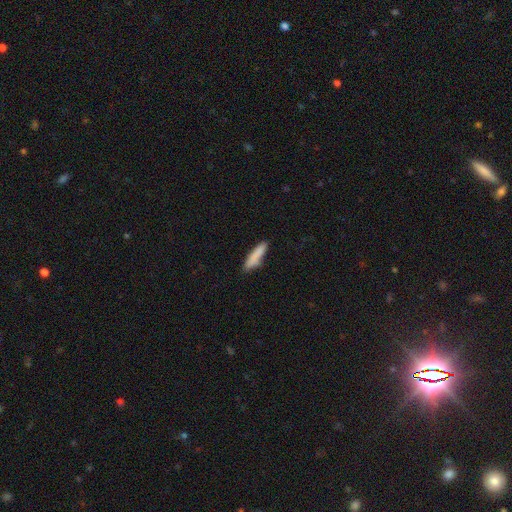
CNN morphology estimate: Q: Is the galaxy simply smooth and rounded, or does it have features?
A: smooth — 84%.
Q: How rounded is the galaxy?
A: cigar-shaped — 83%.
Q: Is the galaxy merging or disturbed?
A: none — 76%.